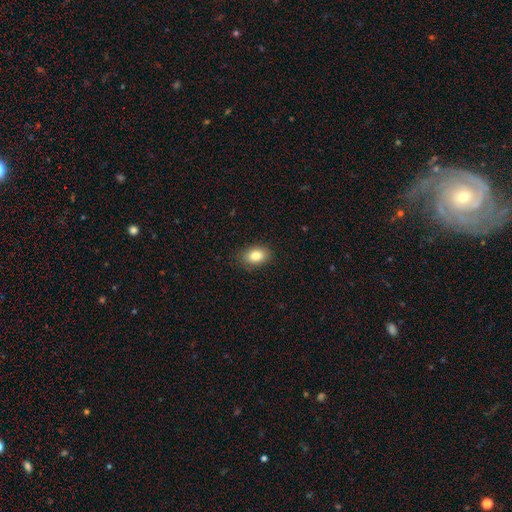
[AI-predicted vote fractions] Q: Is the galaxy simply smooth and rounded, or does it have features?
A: smooth — 84%.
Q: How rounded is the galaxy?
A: in between — 82%.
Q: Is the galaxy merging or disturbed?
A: none — 86%.